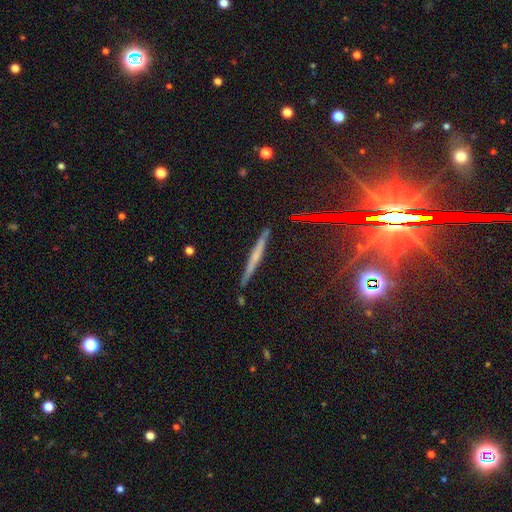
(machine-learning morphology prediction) This is possibly a featured or disk galaxy (55%). It is clearly viewed edge-on (97%). Edge-on bulge: possibly none (55%). Merging: clearly none (88%).